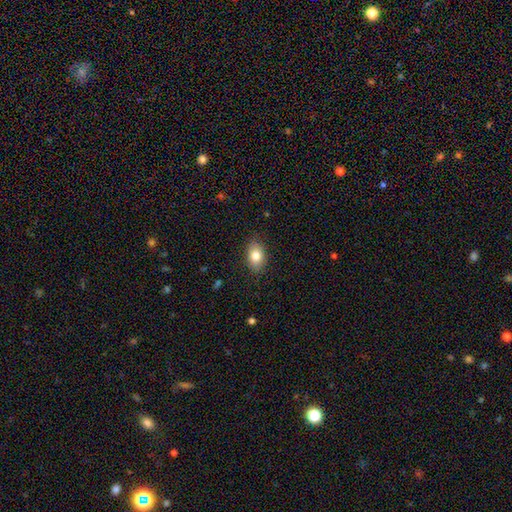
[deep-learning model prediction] A smooth galaxy with no disk features (81%) that is in between round and cigar-shaped (86%).

Vote fractions:
- Smooth or featured? smooth: 81% / featured or disk: 11% / star or artifact: 8%
- How rounded? in between: 86% / round: 13% / cigar-shaped: 2%
- Merging? none: 85% / minor disturbance: 11% / major disturbance: 2% / merger: 1%